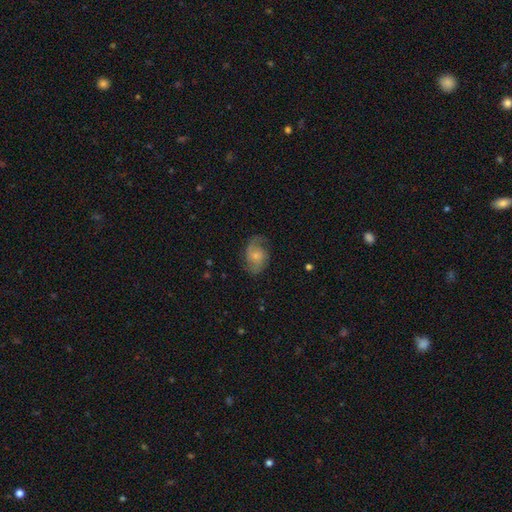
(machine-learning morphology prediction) featured or disk 57%, smooth 36%, star or artifact 8%. Down the decision tree: edge-on disk — no (97%); bar — no (64%); spiral arms — yes (87%); bulge size — small (56%); merging — none (64%).